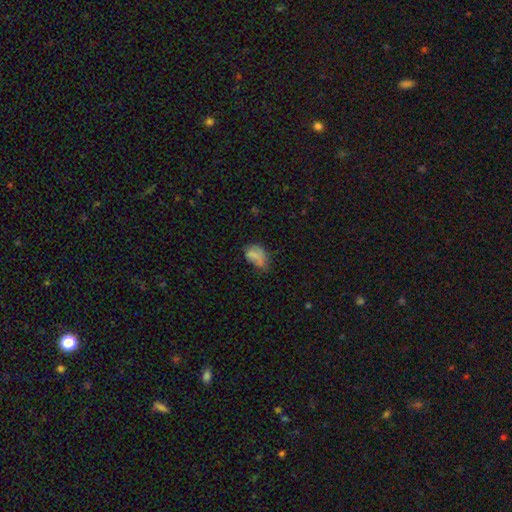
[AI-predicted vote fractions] Smooth or featured? Predicted: smooth (p=0.72). How rounded? Predicted: in between (p=0.85). Merging? Predicted: minor disturbance (p=0.38).